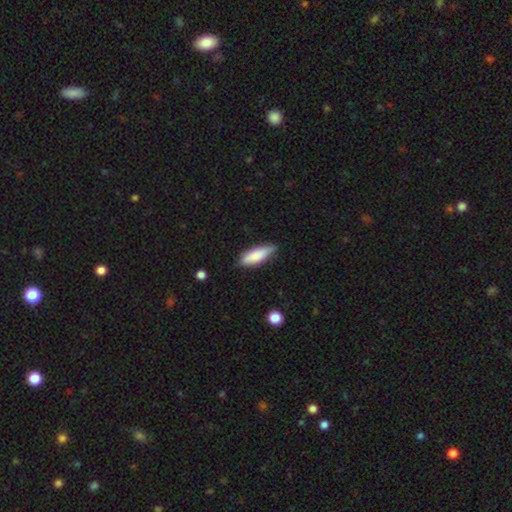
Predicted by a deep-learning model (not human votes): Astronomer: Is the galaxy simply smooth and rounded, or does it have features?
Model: smooth — 83%.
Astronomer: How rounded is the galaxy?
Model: in between — 55% (runner-up: cigar-shaped, 43%).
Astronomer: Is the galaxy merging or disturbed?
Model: none — 75%.